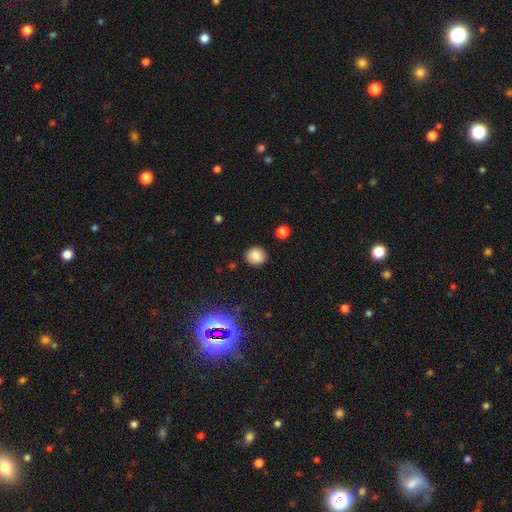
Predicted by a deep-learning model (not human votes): Smooth or featured? smooth (84%)
How rounded? round (87%)
Merging? none (89%)